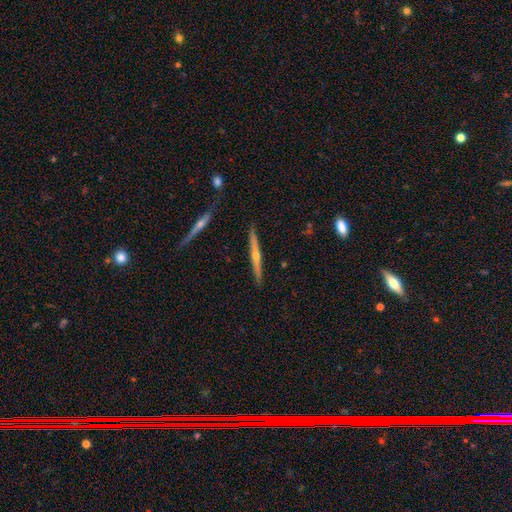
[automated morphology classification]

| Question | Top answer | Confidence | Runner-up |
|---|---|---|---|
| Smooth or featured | featured or disk | 77% | smooth (17%) |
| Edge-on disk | yes | 98% | no (2%) |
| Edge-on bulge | rounded | 87% | none (10%) |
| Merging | none | 89% | minor disturbance (7%) |